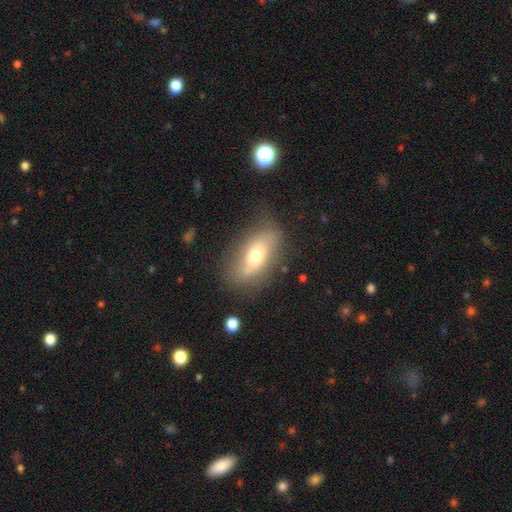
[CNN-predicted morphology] This is possibly a smooth galaxy (51%). How rounded: clearly in between (81%). Merging: likely none (68%).